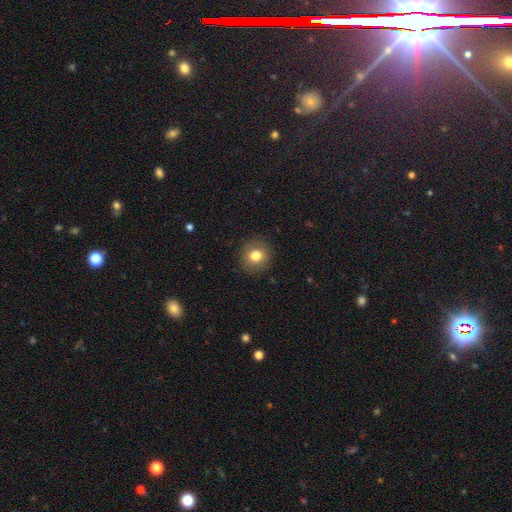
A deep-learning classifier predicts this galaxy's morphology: Smooth or featured? Predicted: smooth (p=0.80). How rounded? Predicted: round (p=0.87). Merging? Predicted: none (p=0.89).